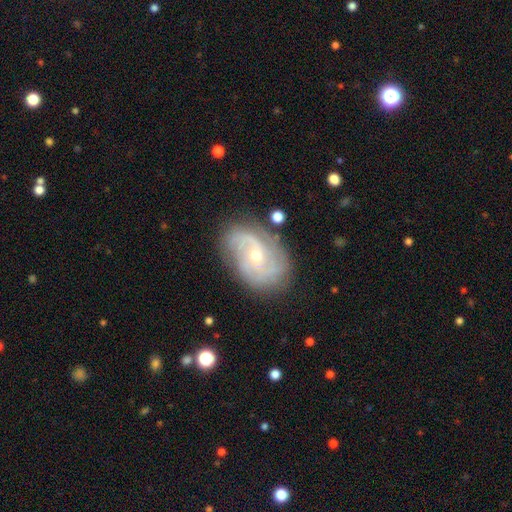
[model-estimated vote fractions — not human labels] A featured or disk galaxy (82%) with no bar (60%), 2 (43%) tight (42%) spiral arms (93%) and a small central bulge (60%). Merging: none (75%).